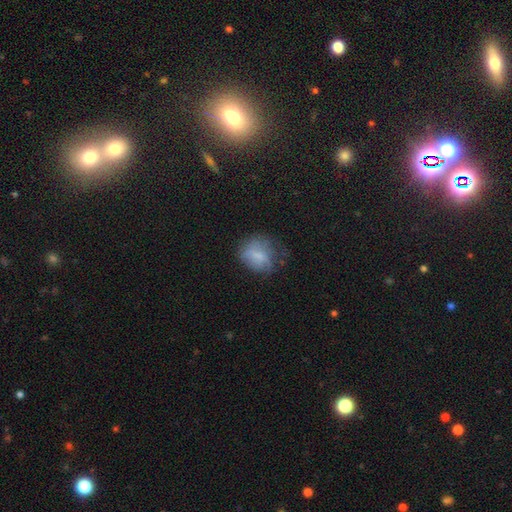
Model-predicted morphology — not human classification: This is likely a smooth galaxy (65%). How rounded: possibly round (54%). Merging: possibly none (49%).